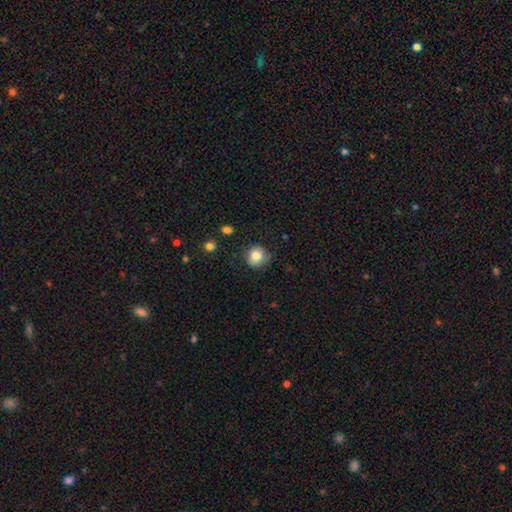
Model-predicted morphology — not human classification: This is clearly a smooth galaxy (82%). How rounded: clearly round (90%). Merging: likely none (77%).